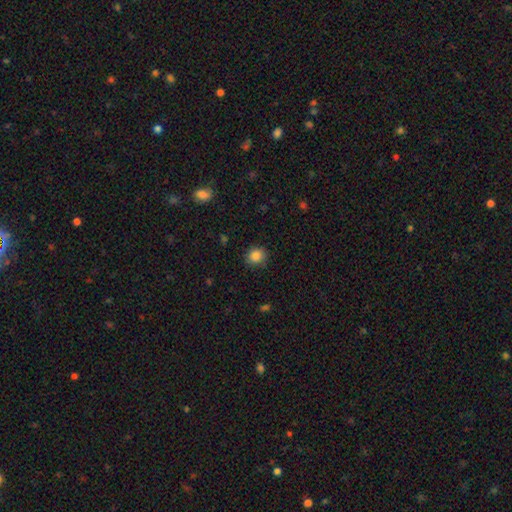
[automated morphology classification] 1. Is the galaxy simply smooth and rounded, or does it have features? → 86% smooth, 10% star or artifact, 4% featured or disk.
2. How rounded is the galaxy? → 81% round, 18% in between, 1% cigar-shaped.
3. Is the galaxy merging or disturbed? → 83% none, 13% minor disturbance, 3% major disturbance, 1% merger.